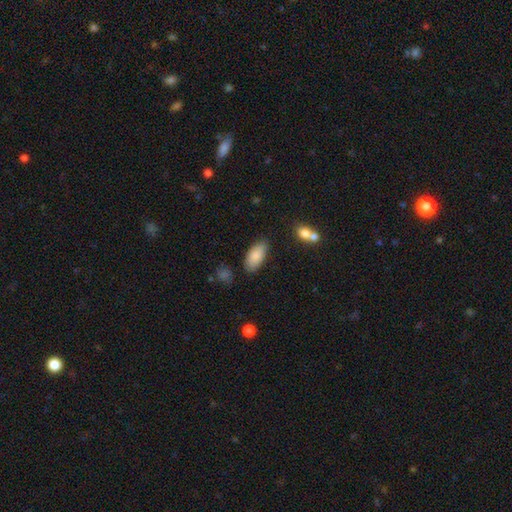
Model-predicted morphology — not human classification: smooth_or_featured: smooth (p=0.87) [alt: featured or disk p=0.06]
how_rounded: in between (p=0.89) [alt: cigar-shaped p=0.08]
merging: none (p=0.81) [alt: minor disturbance p=0.13]